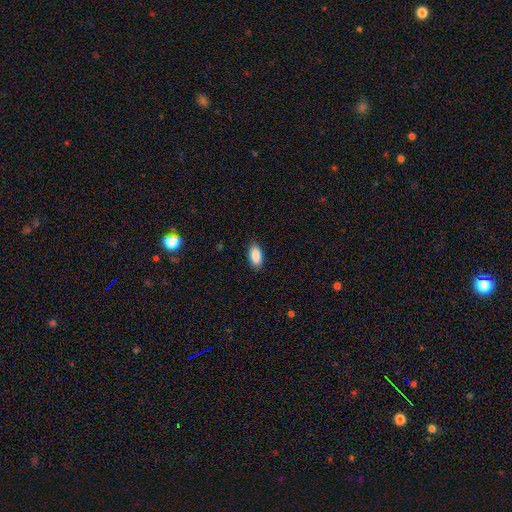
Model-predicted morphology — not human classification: This is clearly a smooth galaxy (89%). How rounded: clearly in between (90%). Merging: clearly none (85%).